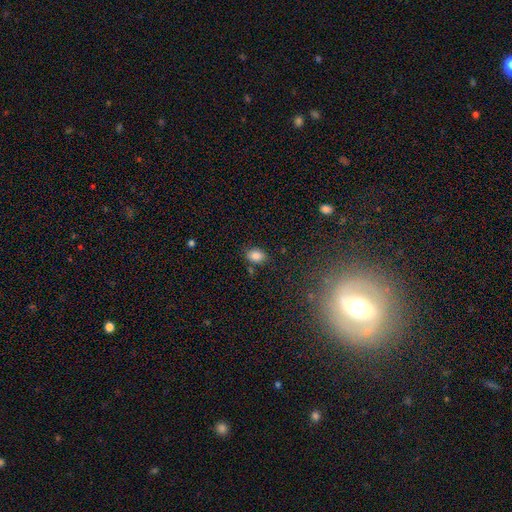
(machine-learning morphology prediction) smooth_or_featured: smooth (p=0.85) [alt: star or artifact p=0.10]
how_rounded: in between (p=0.74) [alt: round p=0.25]
merging: none (p=0.74) [alt: minor disturbance p=0.16]